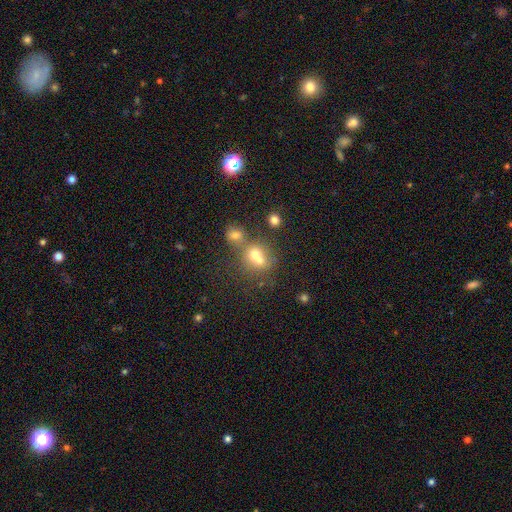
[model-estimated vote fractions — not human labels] Smooth or featured?
  - smooth: 63% *
  - featured or disk: 19%
  - star or artifact: 18%
How rounded?
  - round: 66% *
  - in between: 32%
  - cigar-shaped: 2%
Merging?
  - merger: 53% *
  - none: 33%
  - minor disturbance: 9%
  - major disturbance: 5%